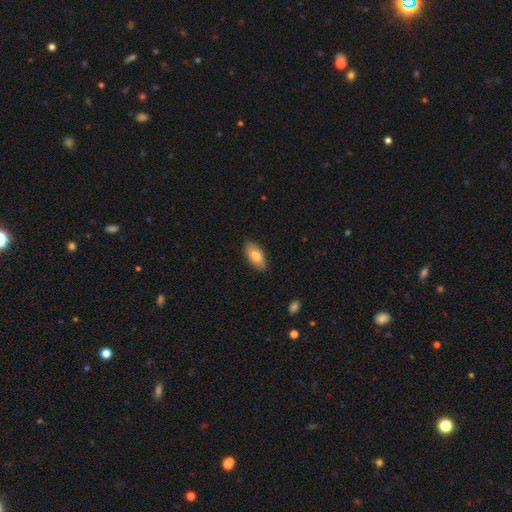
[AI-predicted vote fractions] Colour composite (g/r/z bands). It shows a smooth galaxy with no disk features (81%) that is in between round and cigar-shaped (91%). Merging: none (85%).